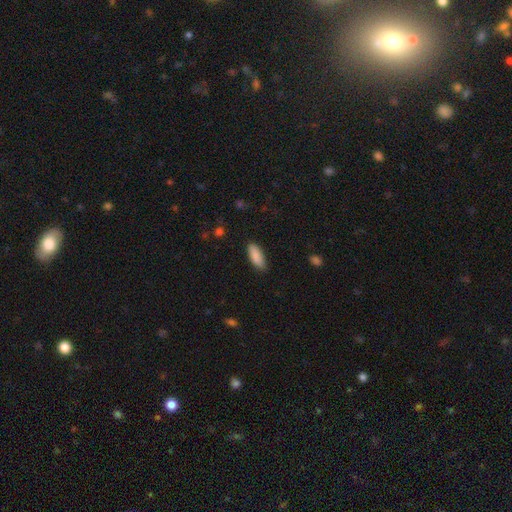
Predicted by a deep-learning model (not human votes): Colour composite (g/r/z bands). It shows a smooth galaxy with no disk features (89%) that is in between round and cigar-shaped (71%). Merging: none (86%).